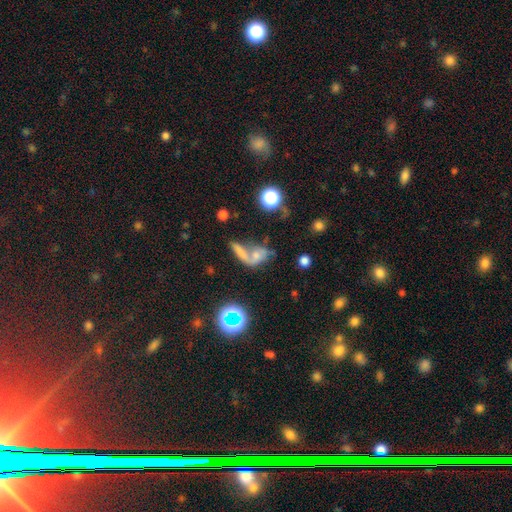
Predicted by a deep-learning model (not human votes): Morphology: type=smooth (48%); merging=merger (57%).